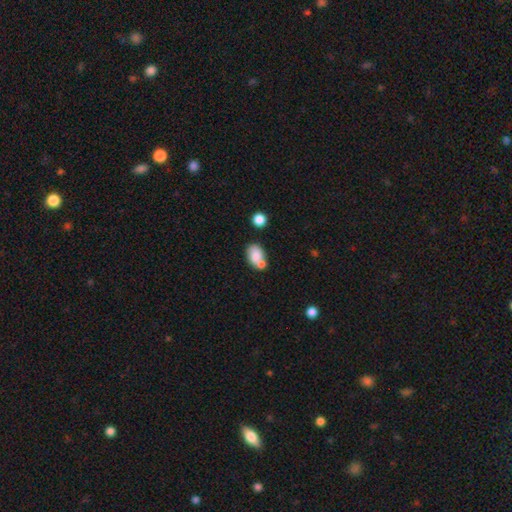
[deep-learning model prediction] This appears to be a smooth galaxy with no disk features (75%) that is in between round and cigar-shaped (81%). Merging: merger (43%).